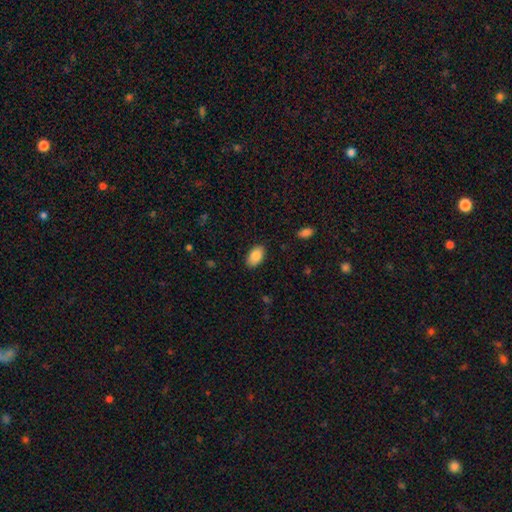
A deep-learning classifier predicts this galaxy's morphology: The model was most divided on "merging": none: 88%, minor disturbance: 9%, major disturbance: 2%, merger: 1%. More confident: how rounded — in between (94%); smooth or featured — smooth (86%).